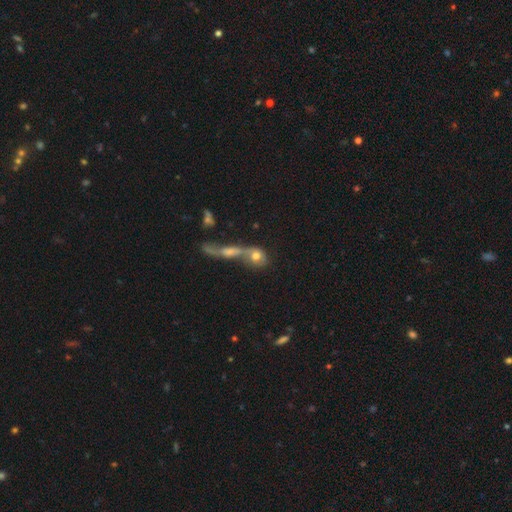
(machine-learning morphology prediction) This is possibly a smooth galaxy (59%). How rounded: likely round (61%). Merging: possibly merger (59%).